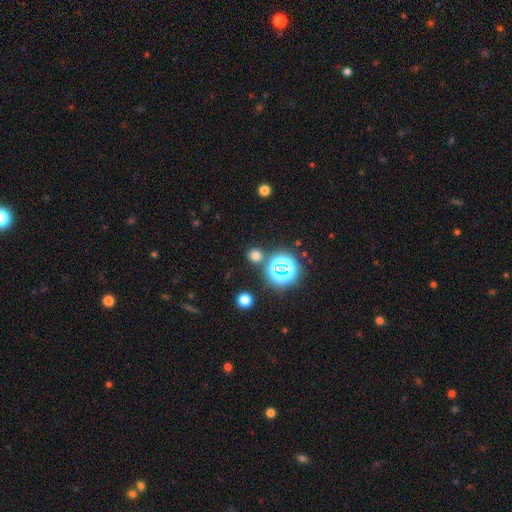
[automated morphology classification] Q: Smooth or featured?
A: smooth (64%); runner-up: star or artifact (30%)
Q: How rounded?
A: round (86%); runner-up: in between (13%)
Q: Merging?
A: none (82%); runner-up: minor disturbance (7%)